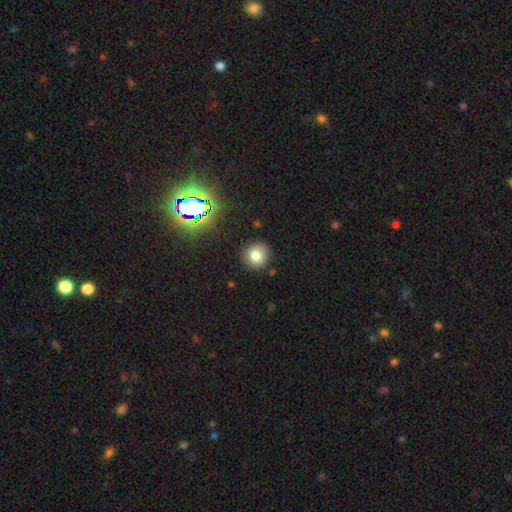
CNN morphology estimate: type=smooth (78%); roundness=round (90%); merging=none (86%).